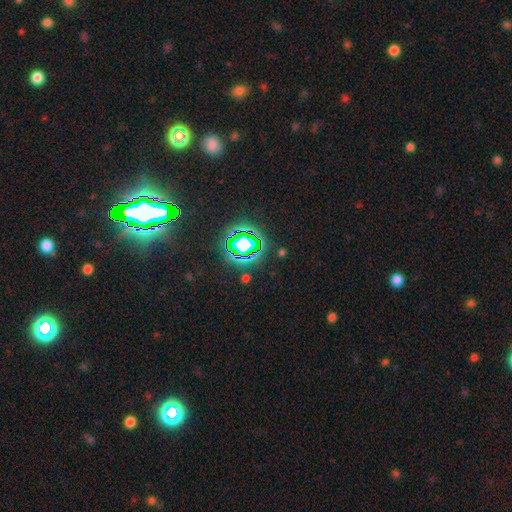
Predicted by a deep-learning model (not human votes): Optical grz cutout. It shows a star or artifact, not a galaxy (83%).